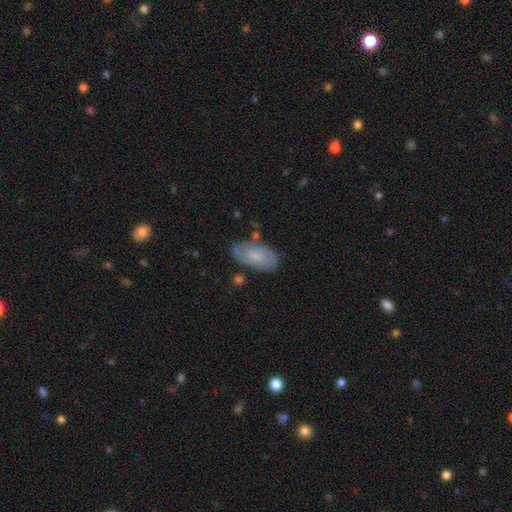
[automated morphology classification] Overall: smooth (55%; featured or disk 38%). How rounded: in between (93%). Merging: none (72%).